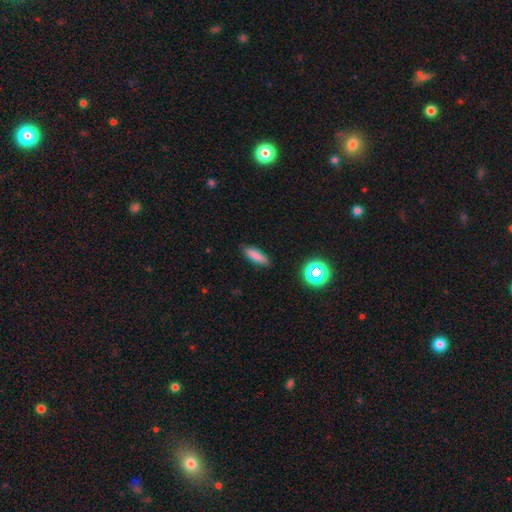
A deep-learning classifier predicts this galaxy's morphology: A smooth galaxy with no disk features (83%) that is cigar-shaped (54%).

Vote fractions:
- Smooth or featured? smooth: 83% / star or artifact: 10% / featured or disk: 7%
- How rounded? cigar-shaped: 54% / in between: 43% / round: 2%
- Merging? none: 87% / minor disturbance: 9% / major disturbance: 2% / merger: 1%